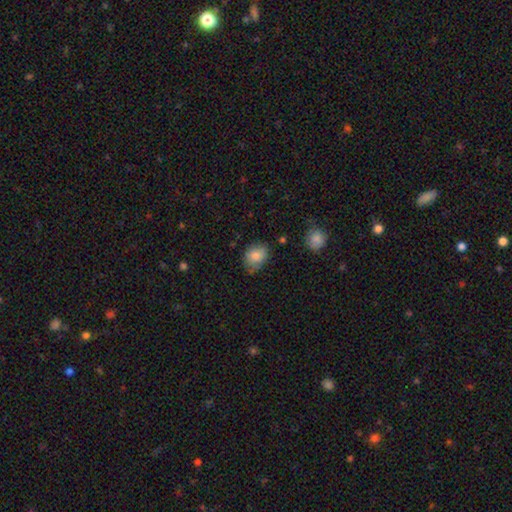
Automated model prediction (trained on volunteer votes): Q: Smooth or featured?
A: smooth (83%); runner-up: featured or disk (9%)
Q: How rounded?
A: in between (54%); runner-up: round (45%)
Q: Merging?
A: none (69%); runner-up: minor disturbance (24%)